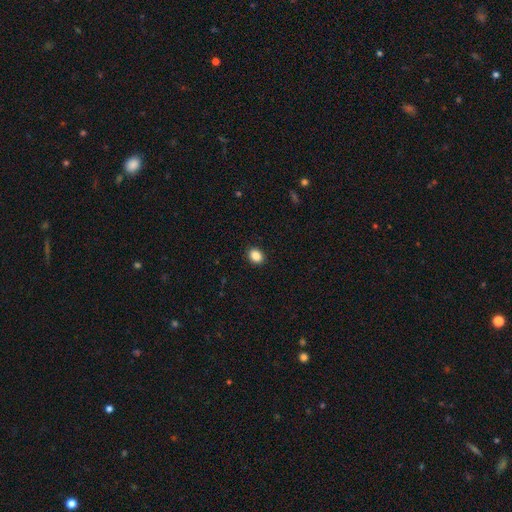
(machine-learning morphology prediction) Smooth or featured?
  - smooth: 88% *
  - star or artifact: 9%
  - featured or disk: 3%
How rounded?
  - in between: 52% *
  - round: 47%
  - cigar-shaped: 1%
Merging?
  - none: 91% *
  - minor disturbance: 6%
  - major disturbance: 2%
  - merger: 1%